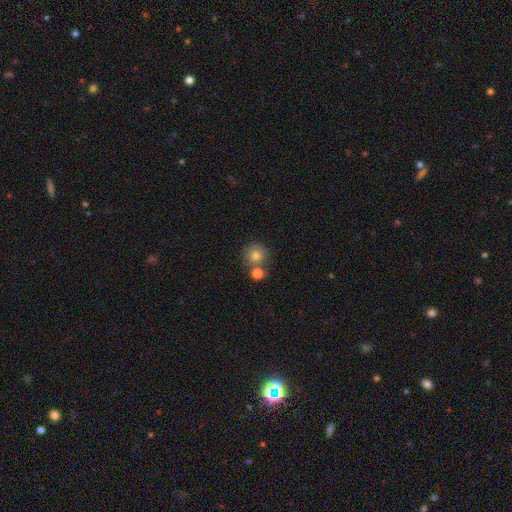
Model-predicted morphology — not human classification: Smooth or featured: smooth — 79% (star or artifact — 11%)
How rounded: round — 91% (in between — 8%)
Merging: none — 61% (merger — 26%)